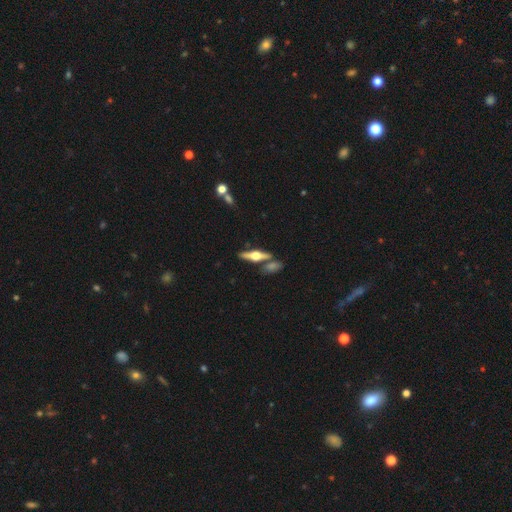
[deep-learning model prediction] Smooth or featured?
  - featured or disk: 75% *
  - smooth: 19%
  - star or artifact: 6%
Edge-on disk?
  - yes: 97% *
  - no: 3%
Edge-on bulge?
  - rounded: 95% *
  - boxy: 3%
  - none: 1%
Merging?
  - none: 76% *
  - merger: 13%
  - minor disturbance: 9%
  - major disturbance: 3%